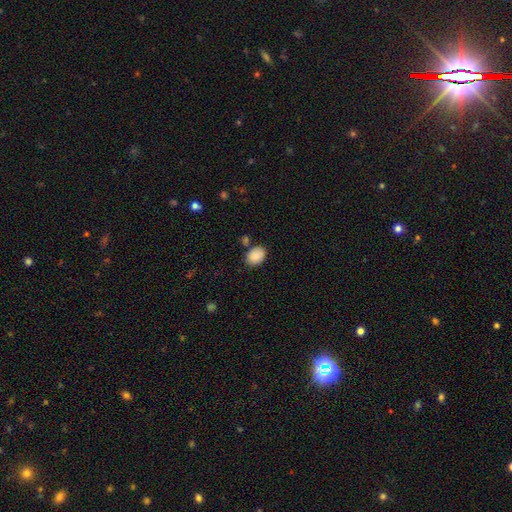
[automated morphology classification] Smooth or featured?
  - smooth: 86% *
  - star or artifact: 8%
  - featured or disk: 7%
How rounded?
  - in between: 69% *
  - round: 30%
  - cigar-shaped: 1%
Merging?
  - none: 73% *
  - minor disturbance: 16%
  - merger: 8%
  - major disturbance: 3%